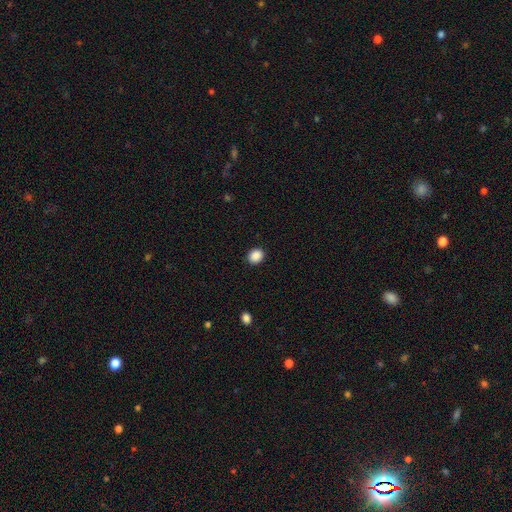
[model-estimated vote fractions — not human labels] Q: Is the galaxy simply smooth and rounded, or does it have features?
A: smooth — 89%.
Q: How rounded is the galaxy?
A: round — 68%.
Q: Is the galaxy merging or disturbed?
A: none — 91%.